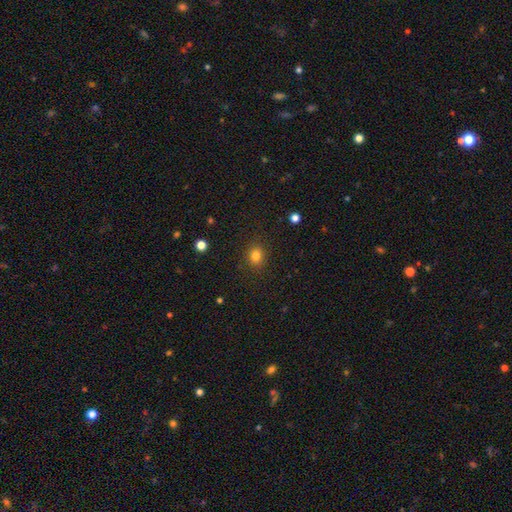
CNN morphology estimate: Overall: smooth (81%). How rounded: round (67%; in between 32%). Merging: none (87%).